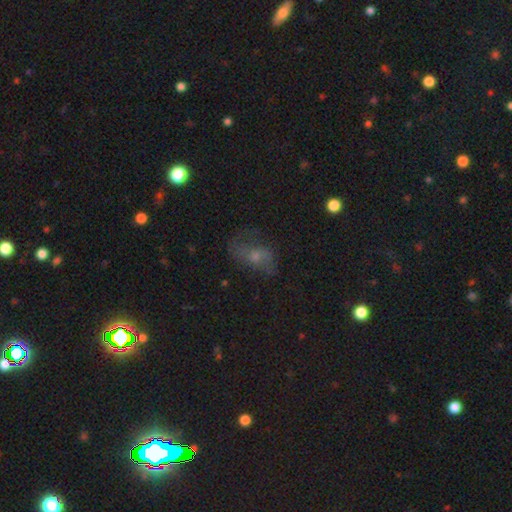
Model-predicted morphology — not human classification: Smooth or featured?
  - featured or disk: 45% *
  - smooth: 39%
  - star or artifact: 16%
Merging?
  - none: 50% *
  - major disturbance: 24%
  - minor disturbance: 24%
  - merger: 2%